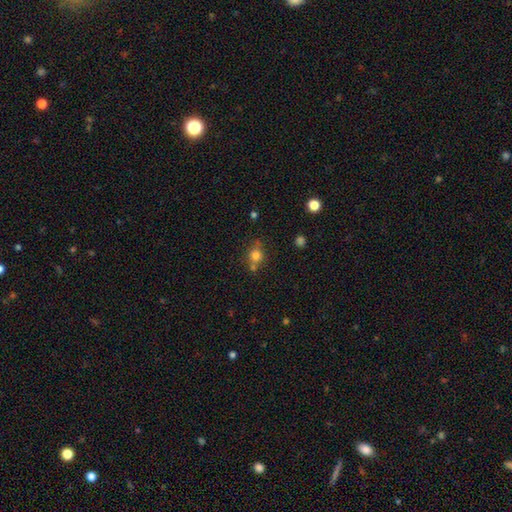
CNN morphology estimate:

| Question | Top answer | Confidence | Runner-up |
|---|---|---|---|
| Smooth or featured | smooth | 75% | star or artifact (14%) |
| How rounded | round | 77% | in between (21%) |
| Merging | none | 60% | merger (20%) |